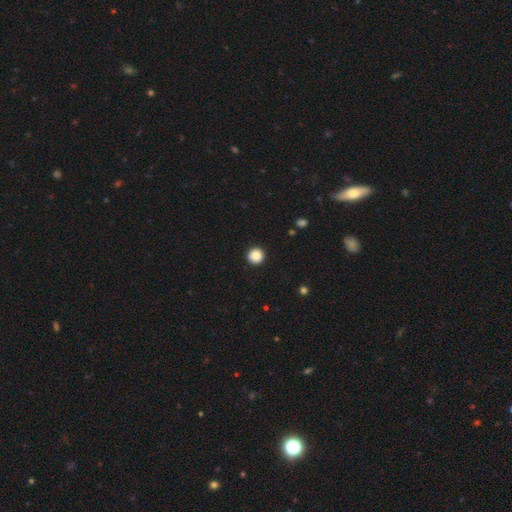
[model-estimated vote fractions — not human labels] smooth-or-featured: smooth: 88% | star or artifact: 10% | featured or disk: 2%
  how-rounded: round: 96% | in between: 3% | cigar-shaped: 1%
  merging: none: 93% | minor disturbance: 4% | major disturbance: 2% | merger: 1%